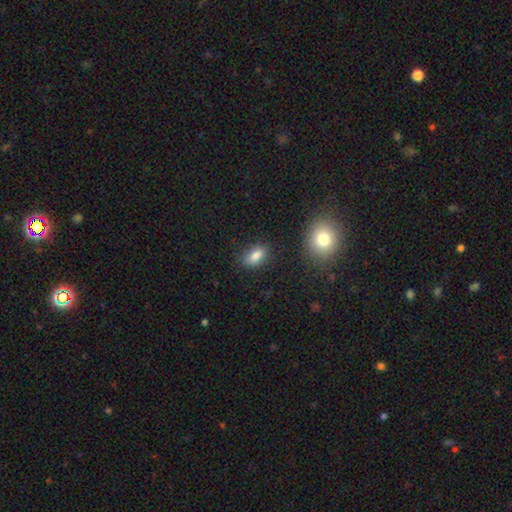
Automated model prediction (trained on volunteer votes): A smooth galaxy with no disk features (83%) that is in between round and cigar-shaped (87%).

Vote fractions:
- Smooth or featured? smooth: 83% / star or artifact: 10% / featured or disk: 7%
- How rounded? in between: 87% / round: 9% / cigar-shaped: 4%
- Merging? none: 80% / minor disturbance: 14% / major disturbance: 3% / merger: 3%